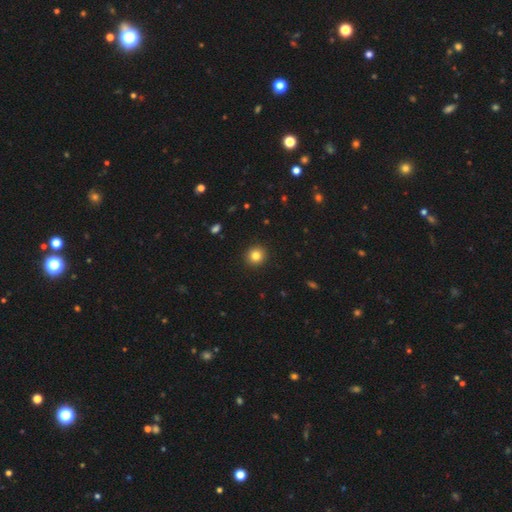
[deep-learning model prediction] Smooth or featured: smooth — 82% (star or artifact — 11%)
How rounded: round — 90% (in between — 9%)
Merging: none — 93% (minor disturbance — 5%)